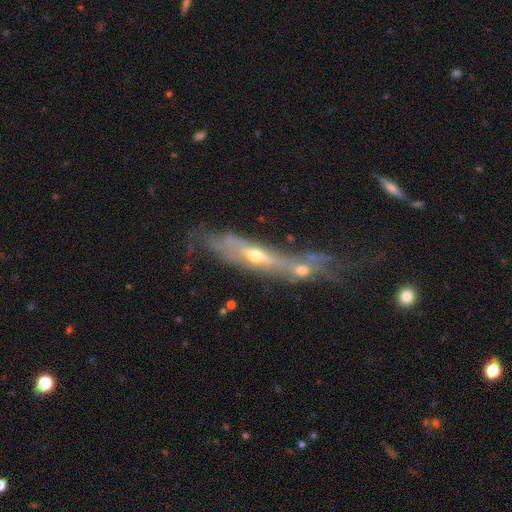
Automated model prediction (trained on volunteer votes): Morphology: type=featured or disk (74%); edge-on=yes (53%); merging=merger (35%).